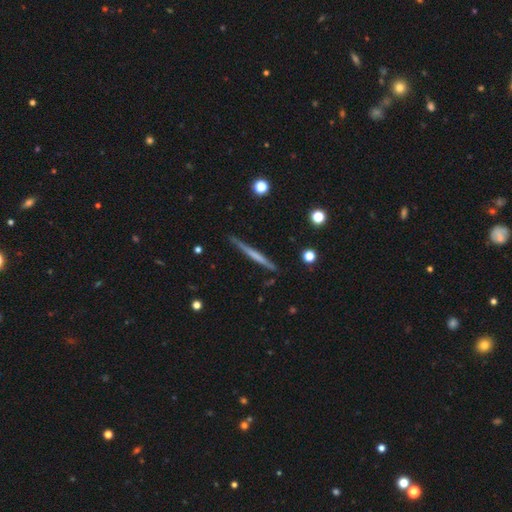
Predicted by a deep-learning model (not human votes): This appears to be a featured or disk galaxy (51%) viewed edge-on (97%). Merging: none (87%).